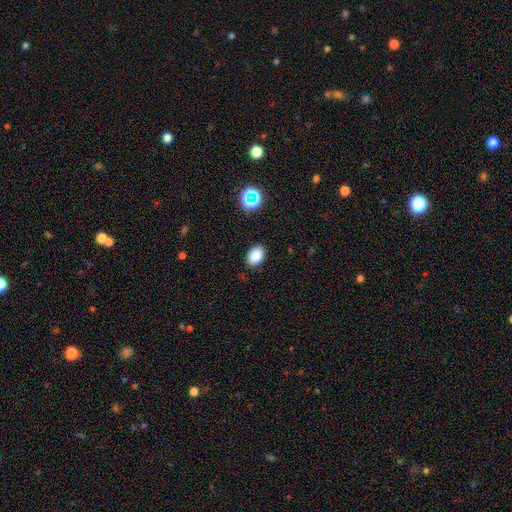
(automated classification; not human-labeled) This is clearly a smooth galaxy (85%). How rounded: clearly in between (85%). Merging: clearly none (87%).